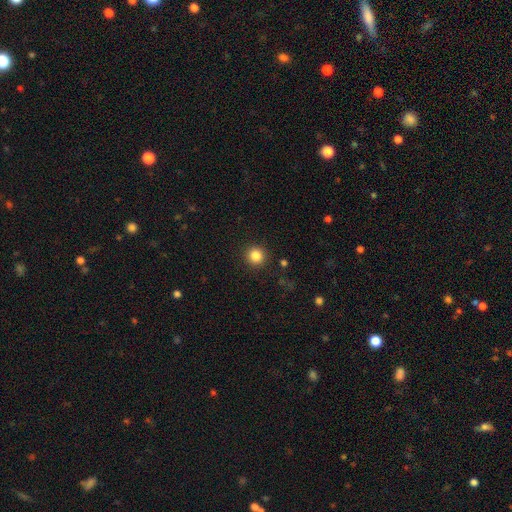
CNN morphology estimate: Smooth or featured? smooth (85%)
How rounded? round (95%)
Merging? none (92%)